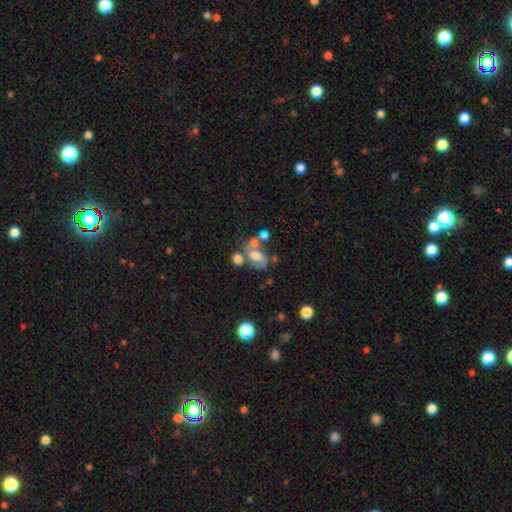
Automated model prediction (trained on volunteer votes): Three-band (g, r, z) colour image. It shows a smooth galaxy with no disk features (49%). Merging: merger (42%).